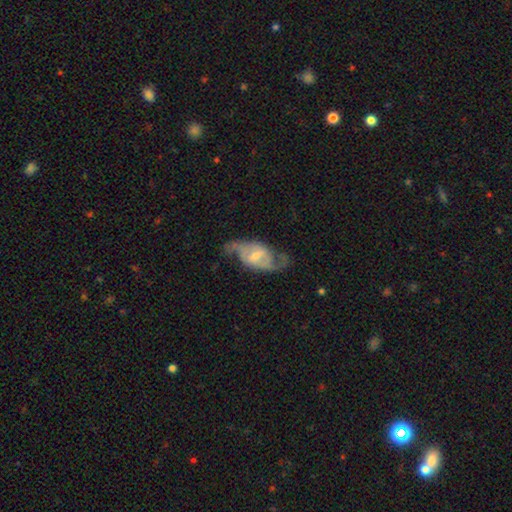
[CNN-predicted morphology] Q: Smooth or featured?
A: featured or disk (82%); runner-up: smooth (13%)
Q: Edge-on disk?
A: no (95%); runner-up: yes (5%)
Q: Bar?
A: weak (53%); runner-up: strong (27%)
Q: Spiral arms?
A: yes (91%); runner-up: no (9%)
Q: Spiral winding?
A: loose (47%); runner-up: medium (41%)
Q: Spiral arm count?
A: 2 (90%); runner-up: can't tell (5%)
Q: Bulge size?
A: small (48%); runner-up: moderate (40%)
Q: Merging?
A: none (65%); runner-up: minor disturbance (19%)